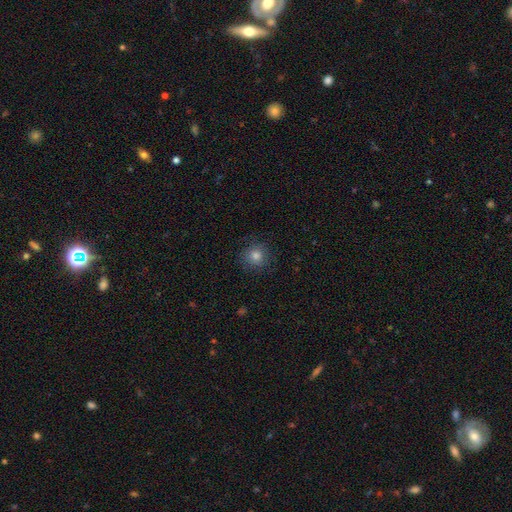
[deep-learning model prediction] The model was most divided on "smooth or featured": smooth: 79%, star or artifact: 14%, featured or disk: 7%. More confident: how rounded — round (93%); merging — none (88%).